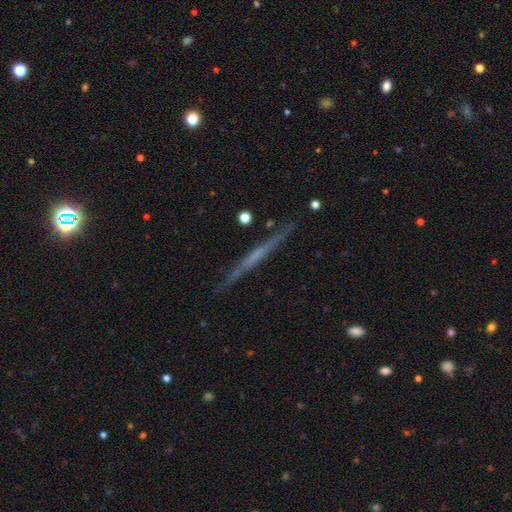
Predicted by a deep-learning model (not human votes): Q: Smooth or featured?
A: featured or disk (64%); runner-up: smooth (29%)
Q: Edge-on disk?
A: yes (97%); runner-up: no (3%)
Q: Edge-on bulge?
A: none (76%); runner-up: rounded (16%)
Q: Merging?
A: none (88%); runner-up: minor disturbance (9%)